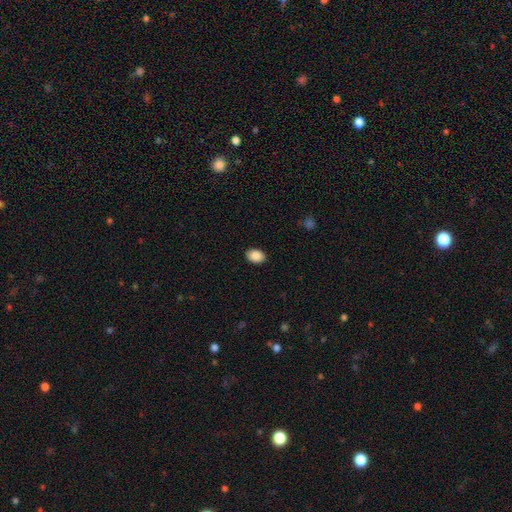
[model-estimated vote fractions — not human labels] Overall: smooth (89%). How rounded: in between (78%). Merging: none (89%).